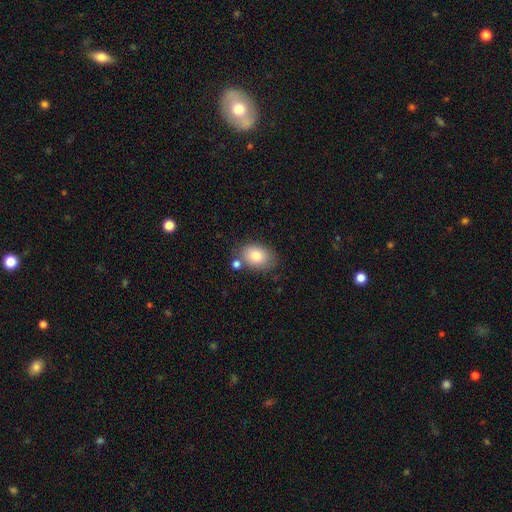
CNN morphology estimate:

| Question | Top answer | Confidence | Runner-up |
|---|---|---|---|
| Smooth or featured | smooth | 82% | featured or disk (10%) |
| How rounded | in between | 78% | round (21%) |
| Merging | none | 70% | minor disturbance (15%) |